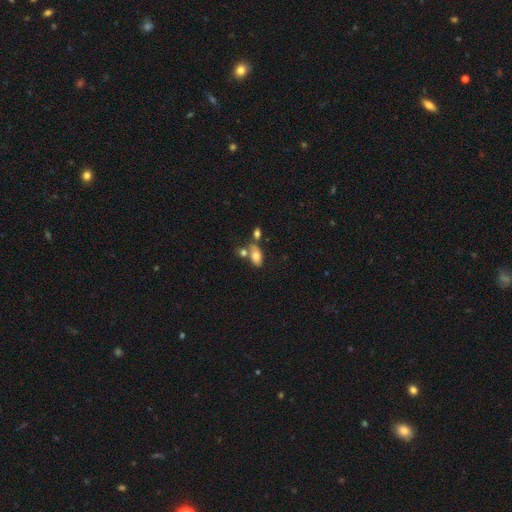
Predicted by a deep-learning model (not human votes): Morphology: type=smooth (76%); roundness=in between (88%); merging=none (41%).